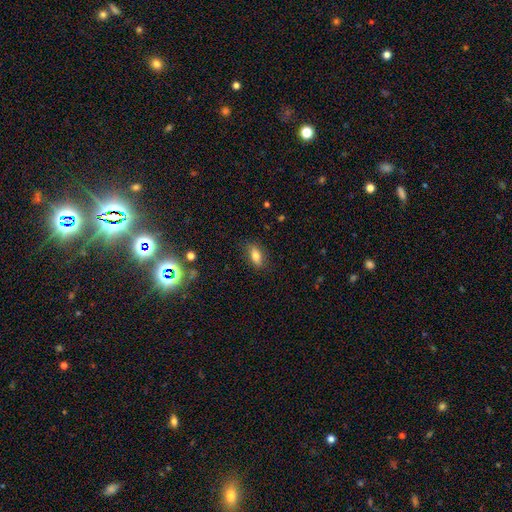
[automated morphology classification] Q: Smooth or featured?
A: smooth (74%); runner-up: featured or disk (17%)
Q: How rounded?
A: in between (79%); runner-up: cigar-shaped (16%)
Q: Merging?
A: none (82%); runner-up: minor disturbance (13%)